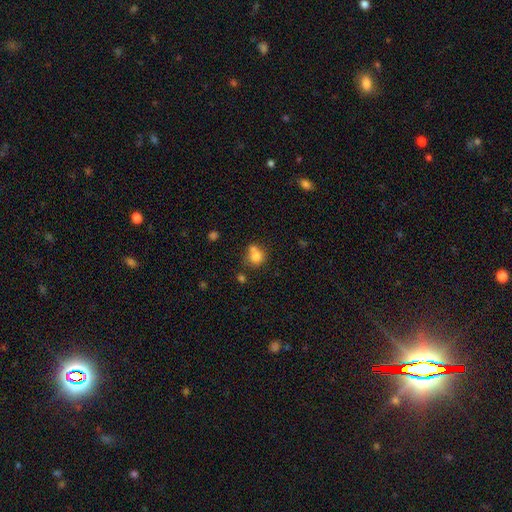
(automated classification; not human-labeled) Smooth or featured?
  - smooth: 78% *
  - star or artifact: 11%
  - featured or disk: 11%
How rounded?
  - round: 77% *
  - in between: 22%
  - cigar-shaped: 1%
Merging?
  - none: 44% *
  - merger: 38%
  - minor disturbance: 13%
  - major disturbance: 6%